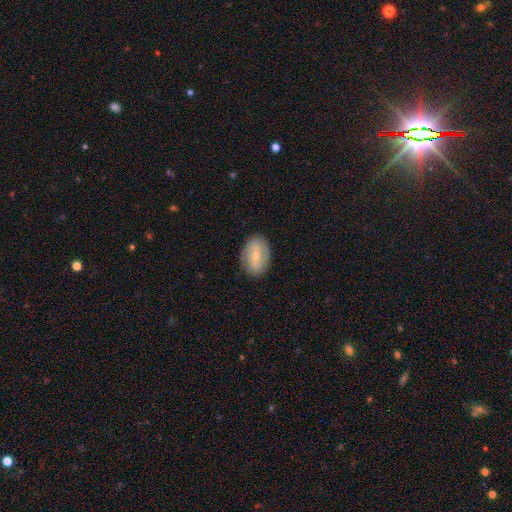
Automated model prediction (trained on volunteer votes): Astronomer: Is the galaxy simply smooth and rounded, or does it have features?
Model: smooth — 52% (runner-up: featured or disk, 42%).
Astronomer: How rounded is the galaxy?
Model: in between — 84%.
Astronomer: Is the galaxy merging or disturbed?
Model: none — 86%.